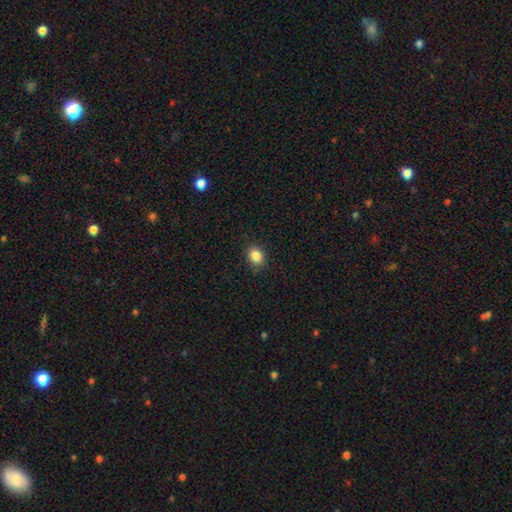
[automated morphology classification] smooth 85%, star or artifact 10%, featured or disk 5%. Down the decision tree: how rounded — round (54%); merging — none (86%).